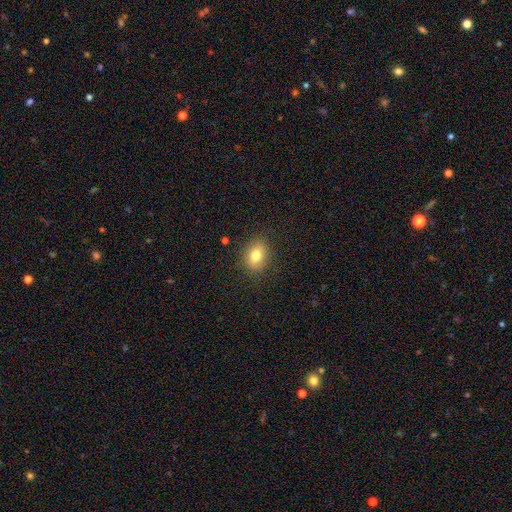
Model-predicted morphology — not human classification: A smooth galaxy with no disk features (78%) that is in between round and cigar-shaped (66%).

Vote fractions:
- Smooth or featured? smooth: 78% / featured or disk: 12% / star or artifact: 10%
- How rounded? in between: 66% / round: 32% / cigar-shaped: 1%
- Merging? none: 85% / minor disturbance: 11% / major disturbance: 3% / merger: 1%